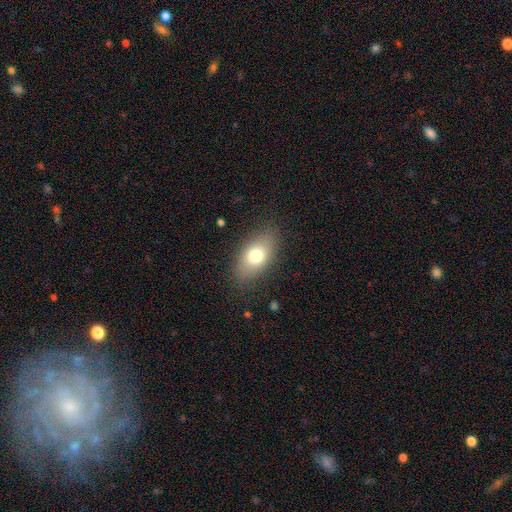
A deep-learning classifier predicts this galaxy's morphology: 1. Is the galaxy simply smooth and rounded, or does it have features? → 74% smooth, 18% featured or disk, 8% star or artifact.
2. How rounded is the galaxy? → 88% in between, 8% round, 4% cigar-shaped.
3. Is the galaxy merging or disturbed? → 82% none, 13% minor disturbance, 4% major disturbance, 1% merger.